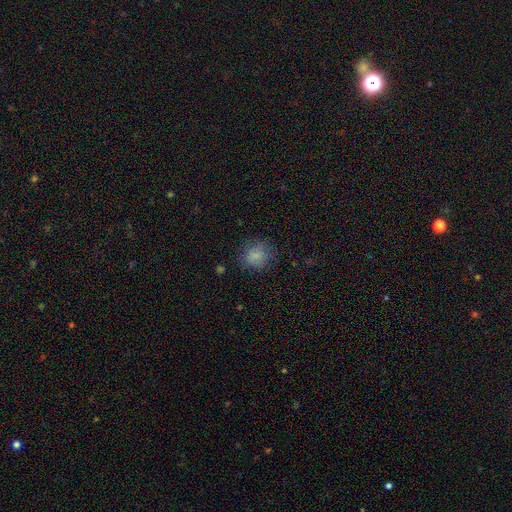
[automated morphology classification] type=smooth (80%); roundness=round (72%); merging=none (75%).